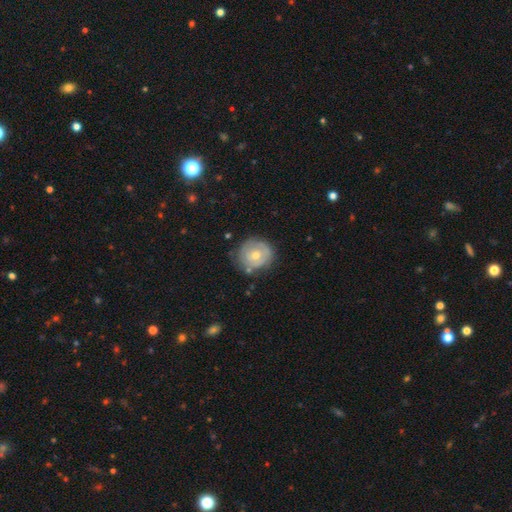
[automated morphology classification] smooth_or_featured: featured or disk (p=0.49) [alt: smooth p=0.45]
merging: none (p=0.69) [alt: minor disturbance p=0.22]